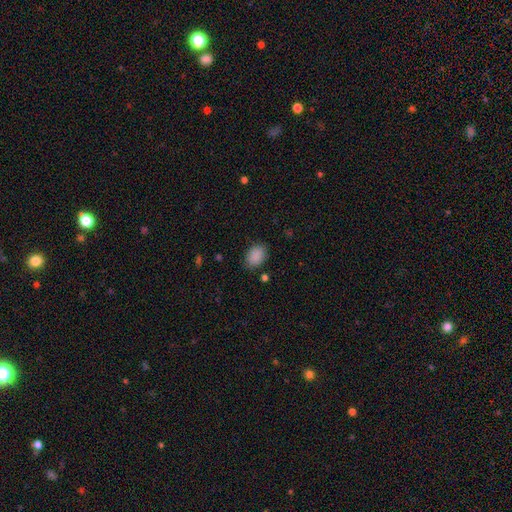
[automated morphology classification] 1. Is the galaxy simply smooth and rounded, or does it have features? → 89% smooth, 8% star or artifact, 3% featured or disk.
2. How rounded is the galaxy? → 77% in between, 22% round, 1% cigar-shaped.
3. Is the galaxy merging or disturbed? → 83% none, 13% minor disturbance, 3% major disturbance, 1% merger.